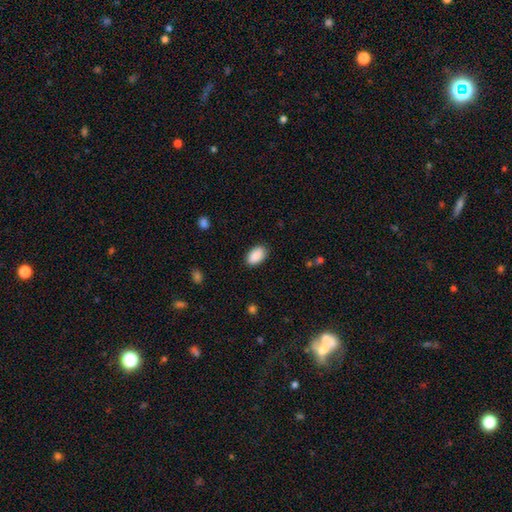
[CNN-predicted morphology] Smooth or featured?
  - smooth: 91% *
  - star or artifact: 6%
  - featured or disk: 3%
How rounded?
  - in between: 94% *
  - round: 5%
  - cigar-shaped: 1%
Merging?
  - none: 87% *
  - minor disturbance: 10%
  - major disturbance: 2%
  - merger: 1%